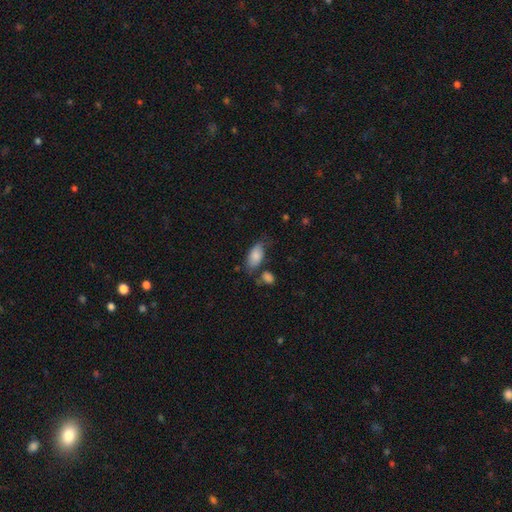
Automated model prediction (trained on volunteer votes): This appears to be a smooth galaxy with no disk features (81%) that is in between round and cigar-shaped (93%). Merging: none (52%).